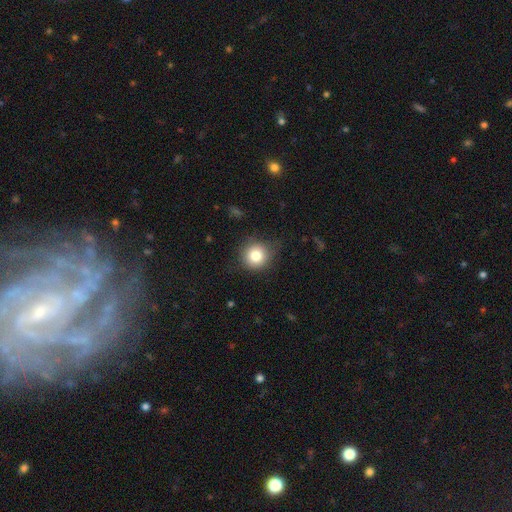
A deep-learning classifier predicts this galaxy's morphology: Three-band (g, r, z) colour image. It shows a smooth galaxy with no disk features (81%) that is round (92%). Merging: none (79%).